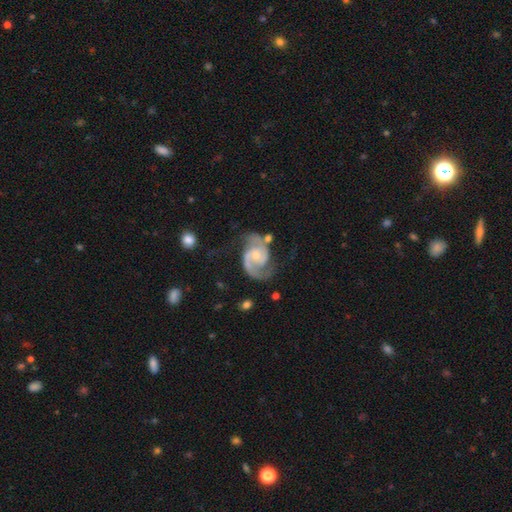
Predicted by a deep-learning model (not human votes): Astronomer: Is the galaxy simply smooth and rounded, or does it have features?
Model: featured or disk — 89%.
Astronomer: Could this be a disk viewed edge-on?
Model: no — 98%.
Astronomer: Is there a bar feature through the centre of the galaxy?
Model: no — 58% (runner-up: weak, 34%).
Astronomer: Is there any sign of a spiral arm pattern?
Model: yes — 97%.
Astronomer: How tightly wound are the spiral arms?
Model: medium — 55%.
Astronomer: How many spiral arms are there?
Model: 2 — 86%.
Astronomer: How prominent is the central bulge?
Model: small — 48% (runner-up: moderate, 46%).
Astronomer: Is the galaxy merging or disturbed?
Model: none — 58%.